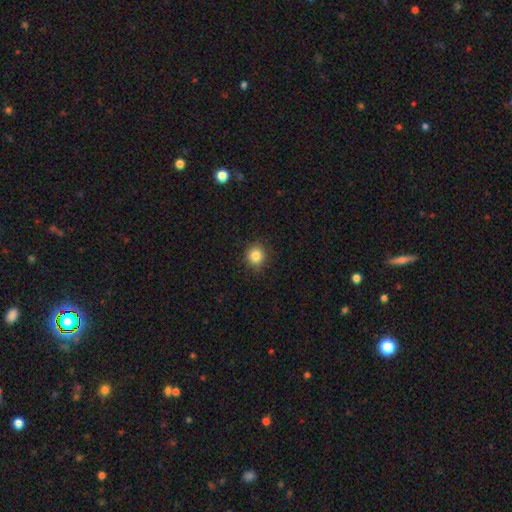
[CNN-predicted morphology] Smooth or featured? smooth (84%)
How rounded? round (89%)
Merging? none (89%)